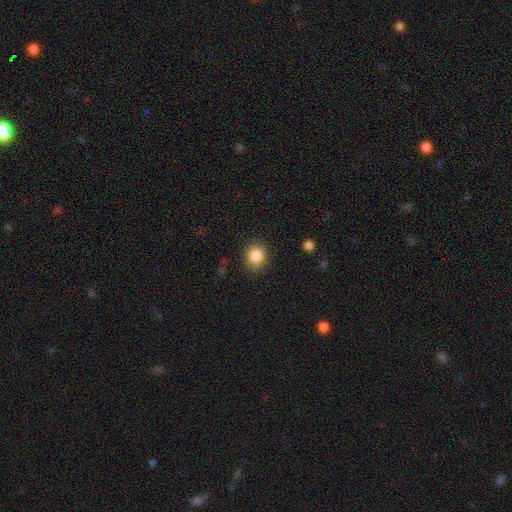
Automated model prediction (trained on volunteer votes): Smooth or featured? Predicted: smooth (p=0.86). How rounded? Predicted: round (p=0.71). Merging? Predicted: none (p=0.87).